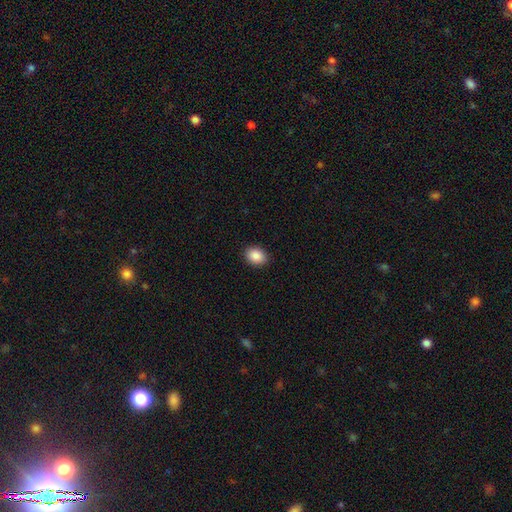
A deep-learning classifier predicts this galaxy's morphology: smooth-or-featured: smooth: 88% | star or artifact: 8% | featured or disk: 4%
  how-rounded: in between: 68% | round: 31% | cigar-shaped: 1%
  merging: none: 90% | minor disturbance: 7% | major disturbance: 2% | merger: 1%